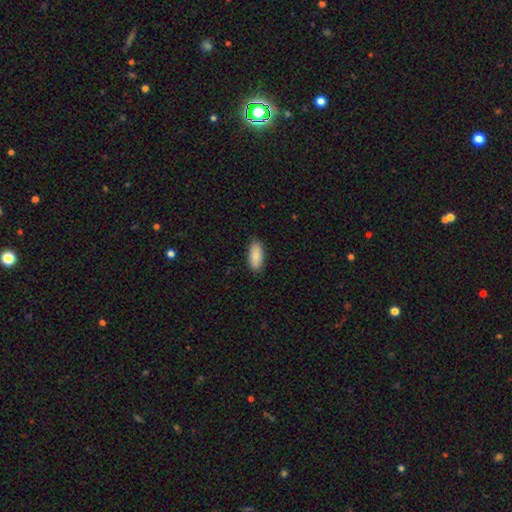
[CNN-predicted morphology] This appears to be a smooth galaxy with no disk features (88%) that is in between round and cigar-shaped (85%). Merging: none (89%).